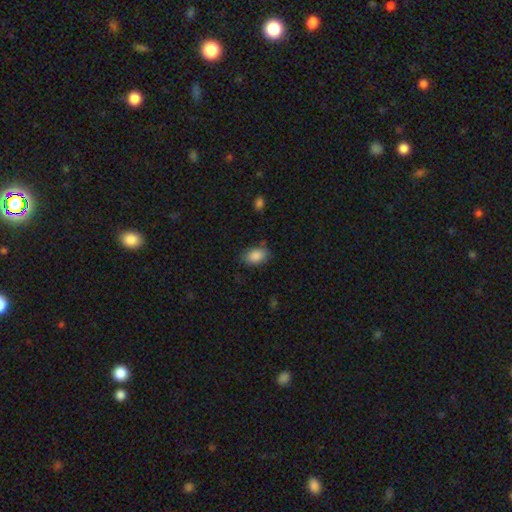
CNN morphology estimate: A smooth galaxy with no disk features (87%) that is in between round and cigar-shaped (85%). Merging: none (75%).